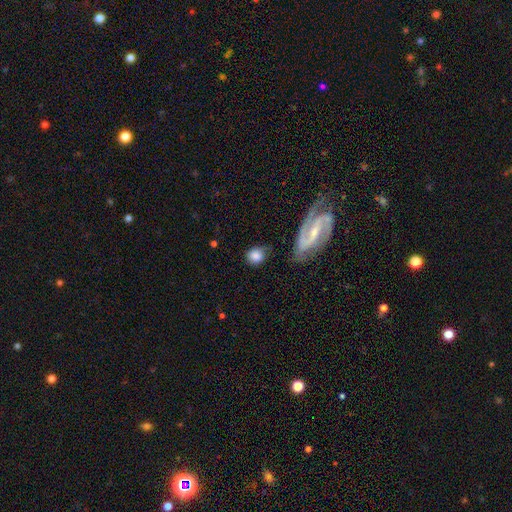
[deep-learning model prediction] This appears to be a smooth galaxy with no disk features (68%) that is round (65%). Merging: none (58%).